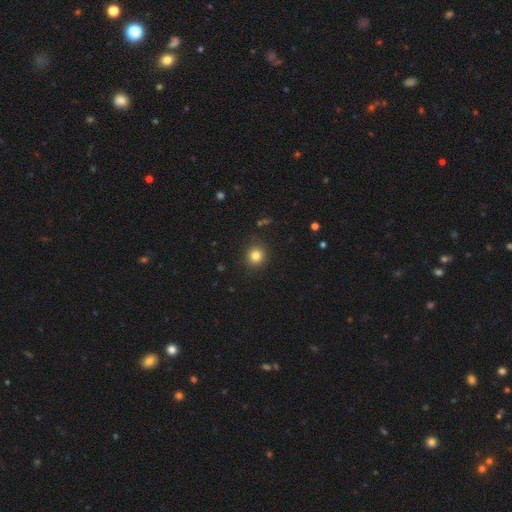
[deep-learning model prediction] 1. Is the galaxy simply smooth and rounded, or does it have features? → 82% smooth, 12% star or artifact, 6% featured or disk.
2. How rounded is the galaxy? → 89% round, 10% in between, 1% cigar-shaped.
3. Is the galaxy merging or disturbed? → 89% none, 7% minor disturbance, 2% major disturbance, 1% merger.